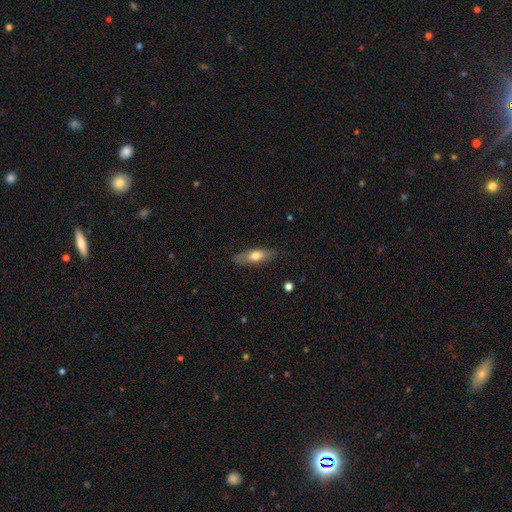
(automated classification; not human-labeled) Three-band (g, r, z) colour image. It shows a smooth galaxy with no disk features (64%) that is in between round and cigar-shaped (50%). Merging: none (83%).